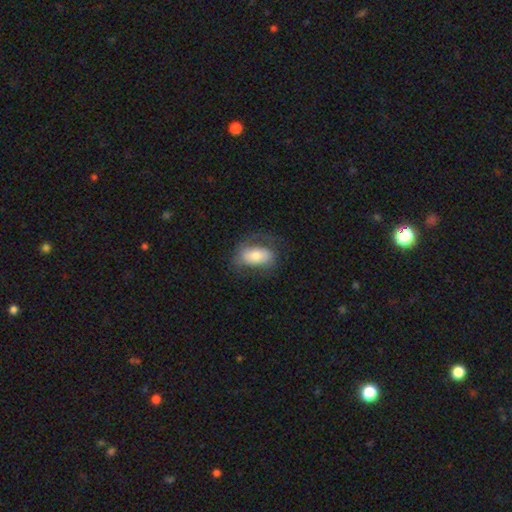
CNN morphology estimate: The model was most divided on "smooth or featured": smooth: 61%, featured or disk: 31%, star or artifact: 7%. More confident: how rounded — in between (88%); merging — none (61%).